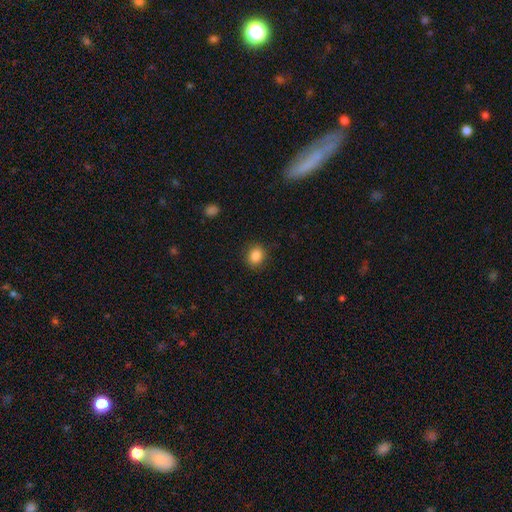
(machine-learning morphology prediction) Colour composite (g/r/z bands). It shows a smooth galaxy with no disk features (86%) that is round (66%). Merging: none (88%).